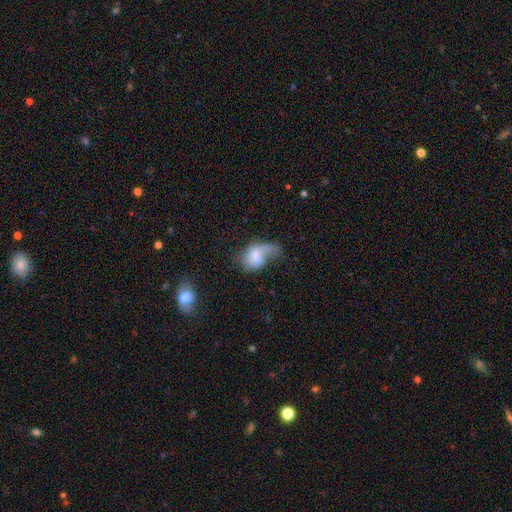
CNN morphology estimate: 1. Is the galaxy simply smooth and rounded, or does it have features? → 61% smooth, 30% featured or disk, 8% star or artifact.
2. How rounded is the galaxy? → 74% in between, 24% round, 2% cigar-shaped.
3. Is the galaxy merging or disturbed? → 45% major disturbance, 23% minor disturbance, 20% none, 13% merger.